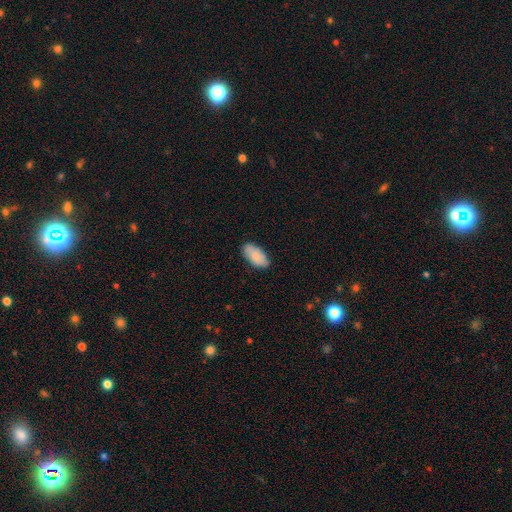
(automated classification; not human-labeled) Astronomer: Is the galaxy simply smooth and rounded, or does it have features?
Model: smooth — 85%.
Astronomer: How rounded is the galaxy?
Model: in between — 94%.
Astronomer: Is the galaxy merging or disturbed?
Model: none — 81%.